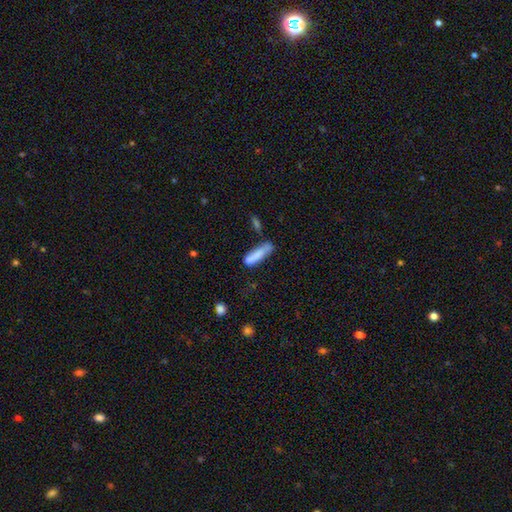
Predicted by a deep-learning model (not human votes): Smooth or featured: smooth — 78% (featured or disk — 15%)
How rounded: cigar-shaped — 71% (in between — 28%)
Merging: none — 47% (minor disturbance — 27%)